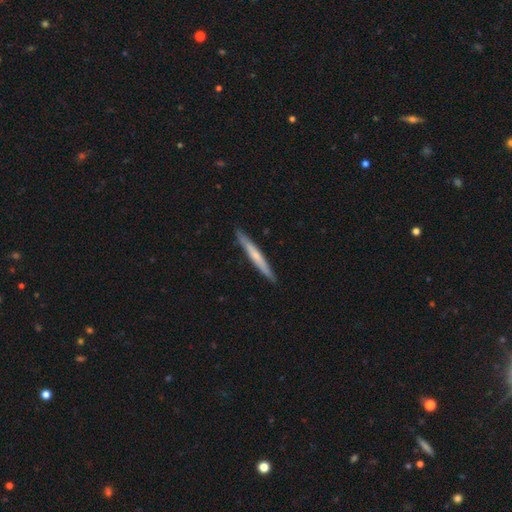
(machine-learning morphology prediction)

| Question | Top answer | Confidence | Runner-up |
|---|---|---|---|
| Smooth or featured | smooth | 52% | featured or disk (43%) |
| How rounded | cigar-shaped | 96% | in between (2%) |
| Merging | none | 90% | minor disturbance (8%) |